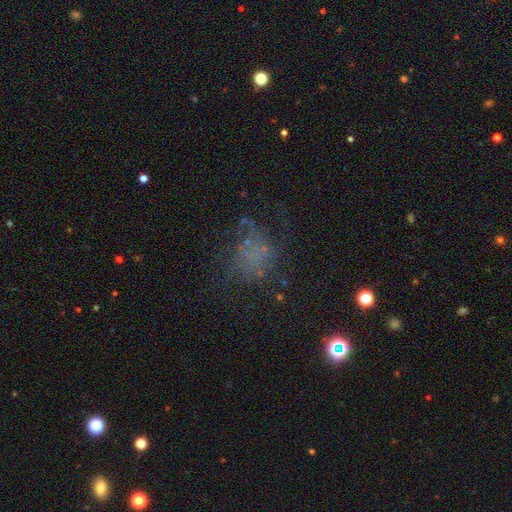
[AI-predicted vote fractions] The model was most divided on "smooth or featured": smooth: 43%, star or artifact: 30%, featured or disk: 28%. More confident: merging — none (53%).